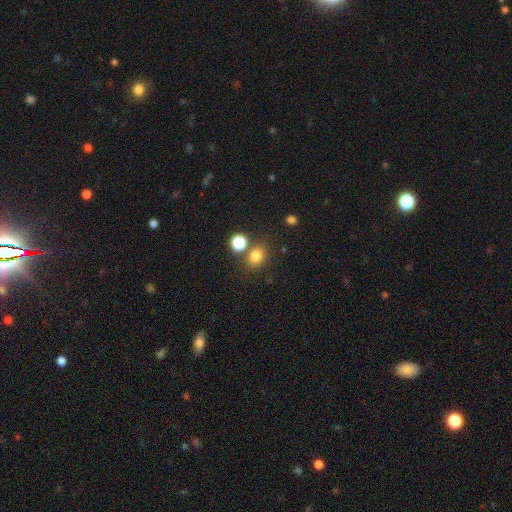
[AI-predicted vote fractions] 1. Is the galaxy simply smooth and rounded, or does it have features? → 80% smooth, 13% star or artifact, 7% featured or disk.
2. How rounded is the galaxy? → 59% round, 40% in between, 1% cigar-shaped.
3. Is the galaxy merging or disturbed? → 69% none, 16% merger, 11% minor disturbance, 4% major disturbance.